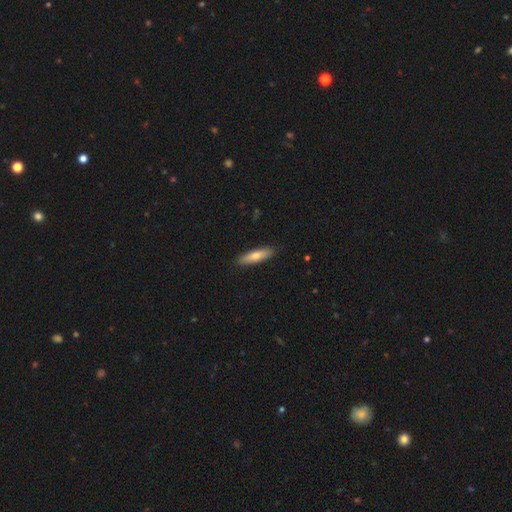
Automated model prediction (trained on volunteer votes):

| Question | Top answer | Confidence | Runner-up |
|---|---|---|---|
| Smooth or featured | smooth | 68% | featured or disk (26%) |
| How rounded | cigar-shaped | 65% | in between (33%) |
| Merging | none | 89% | minor disturbance (8%) |